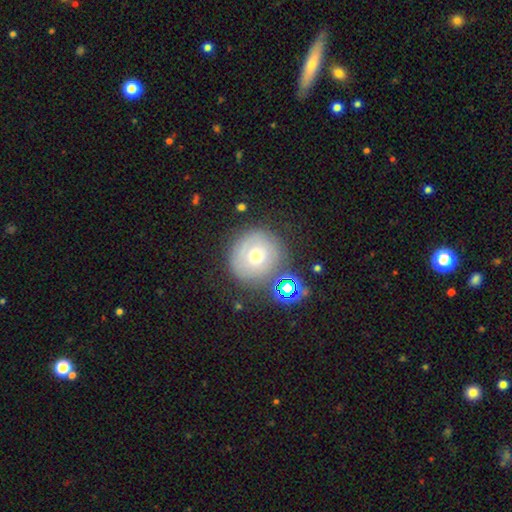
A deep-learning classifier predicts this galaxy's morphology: This appears to be a smooth galaxy with no disk features (51%) that is round (93%). Merging: none (73%).